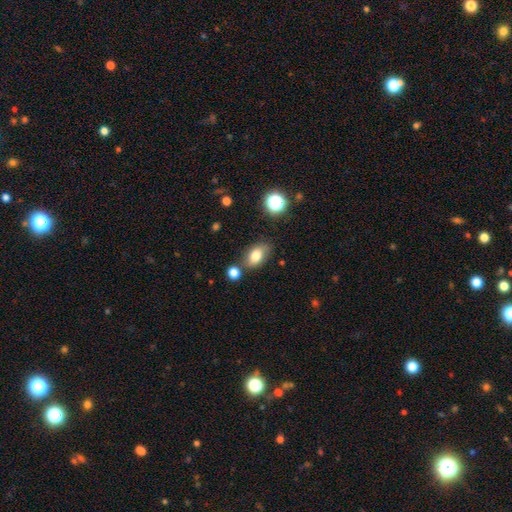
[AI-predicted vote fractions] Smooth or featured? Predicted: smooth (p=0.76). How rounded? Predicted: in between (p=0.86). Merging? Predicted: none (p=0.72).